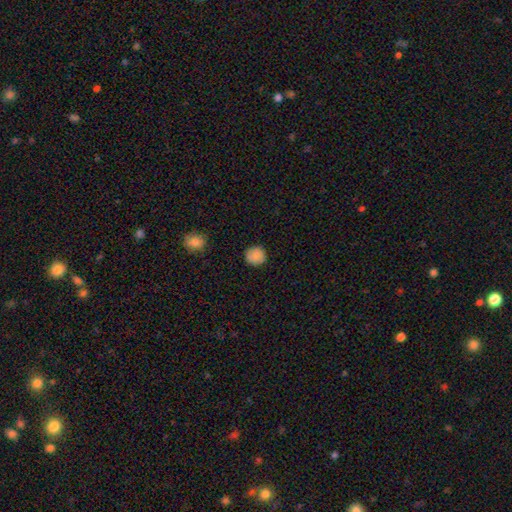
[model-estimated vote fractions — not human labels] Smooth or featured: smooth — 87% (star or artifact — 8%)
How rounded: round — 93% (in between — 6%)
Merging: none — 89% (minor disturbance — 8%)